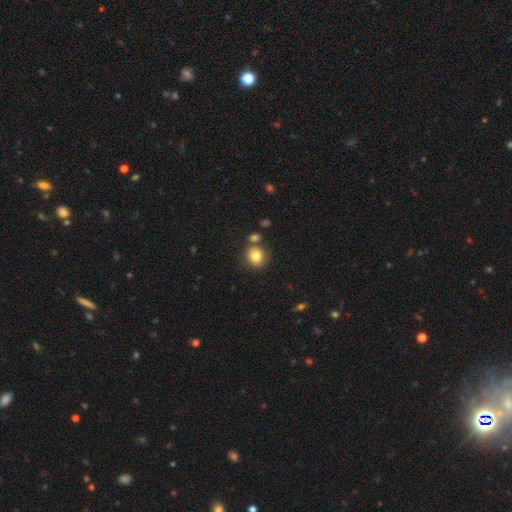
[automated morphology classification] smooth 82%, star or artifact 10%, featured or disk 8%. Down the decision tree: how rounded — round (79%); merging — none (71%).